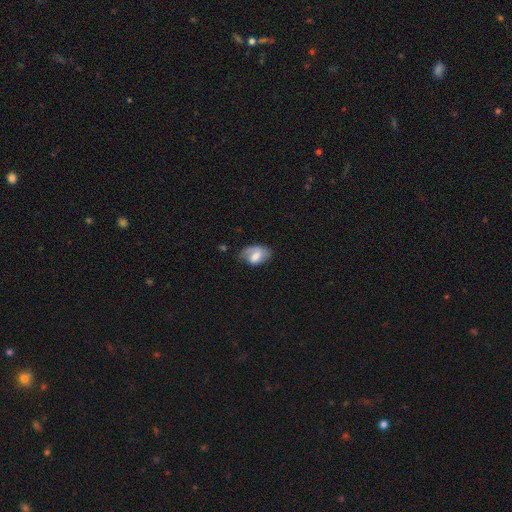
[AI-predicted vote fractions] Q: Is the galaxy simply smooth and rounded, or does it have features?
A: smooth — 53%.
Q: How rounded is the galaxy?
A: in between — 87%.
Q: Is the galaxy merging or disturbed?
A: none — 49%.